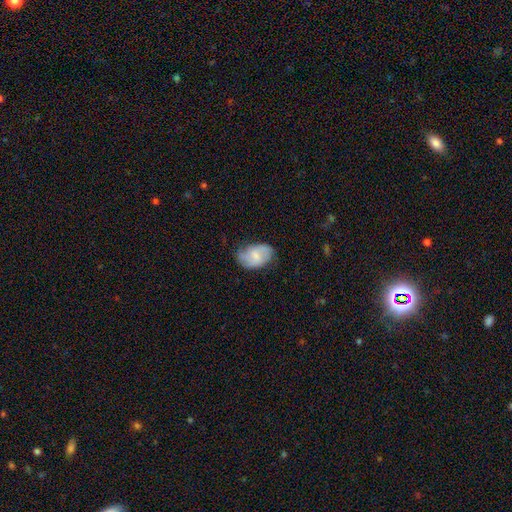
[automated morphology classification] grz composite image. It shows a smooth galaxy with no disk features (48%). Merging: none (66%).